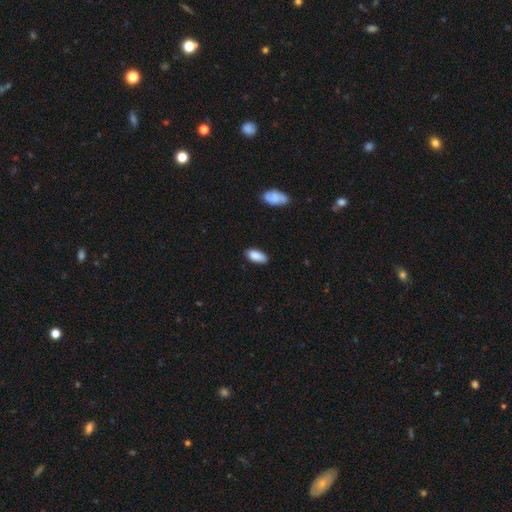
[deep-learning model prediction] Overall: smooth (88%). How rounded: in between (90%). Merging: none (81%).